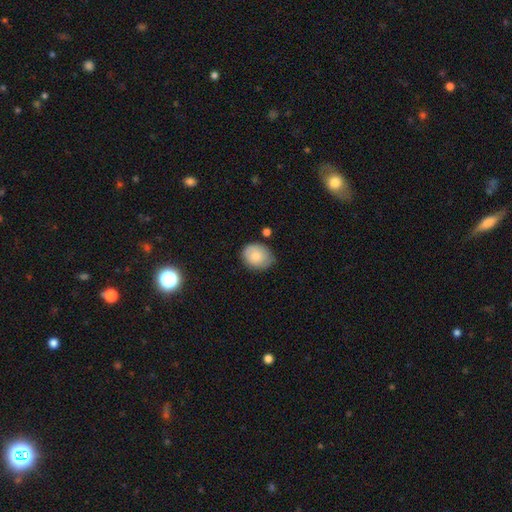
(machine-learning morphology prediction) smooth_or_featured: smooth (p=0.80) [alt: featured or disk p=0.13]
how_rounded: in between (p=0.54) [alt: round p=0.45]
merging: none (p=0.65) [alt: minor disturbance p=0.27]